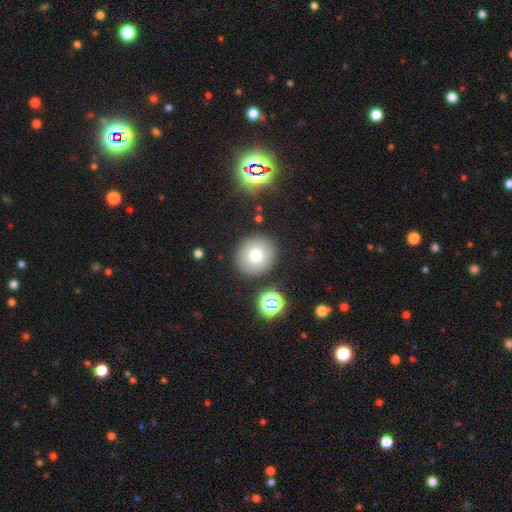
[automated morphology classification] A smooth galaxy with no disk features (76%) that is round (91%).

Vote fractions:
- Smooth or featured? smooth: 76% / star or artifact: 13% / featured or disk: 12%
- How rounded? round: 91% / in between: 8% / cigar-shaped: 1%
- Merging? none: 87% / minor disturbance: 7% / merger: 3% / major disturbance: 3%